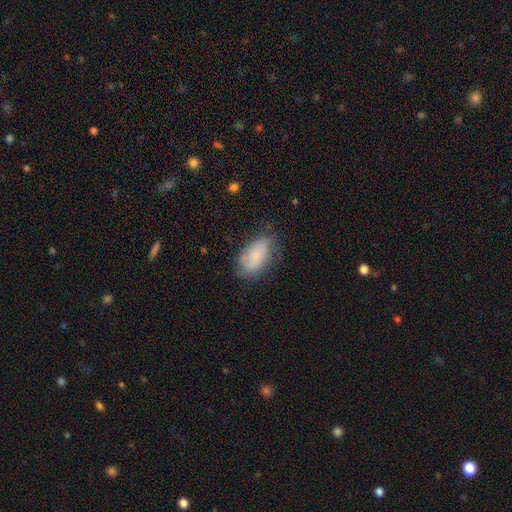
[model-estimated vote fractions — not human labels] Morphology: type=smooth (63%); roundness=in between (92%); merging=none (58%).